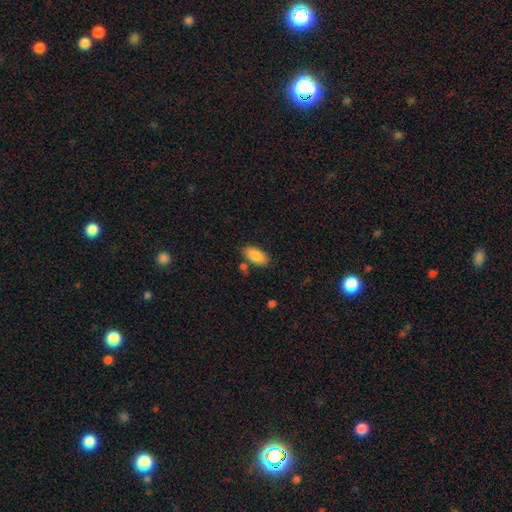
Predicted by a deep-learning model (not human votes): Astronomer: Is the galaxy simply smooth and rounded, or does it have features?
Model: smooth — 87%.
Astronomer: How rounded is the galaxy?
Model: in between — 92%.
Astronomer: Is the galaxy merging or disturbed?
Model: none — 77%.